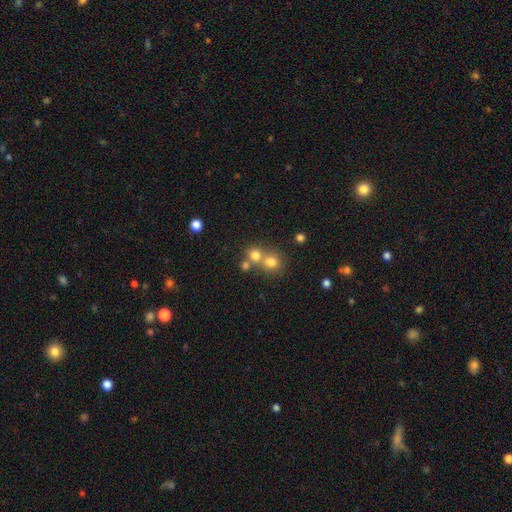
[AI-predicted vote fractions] A smooth galaxy with no disk features (74%) that is round (83%). Merging: merger (46%).